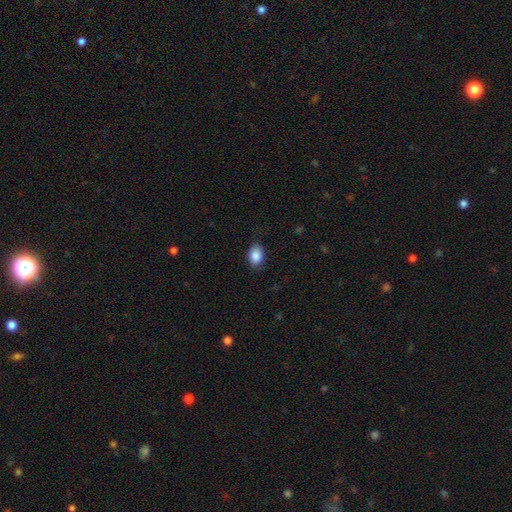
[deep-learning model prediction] Smooth or featured?
  - smooth: 88% *
  - star or artifact: 8%
  - featured or disk: 5%
How rounded?
  - in between: 78% *
  - round: 21%
  - cigar-shaped: 1%
Merging?
  - none: 80% *
  - minor disturbance: 16%
  - major disturbance: 3%
  - merger: 1%